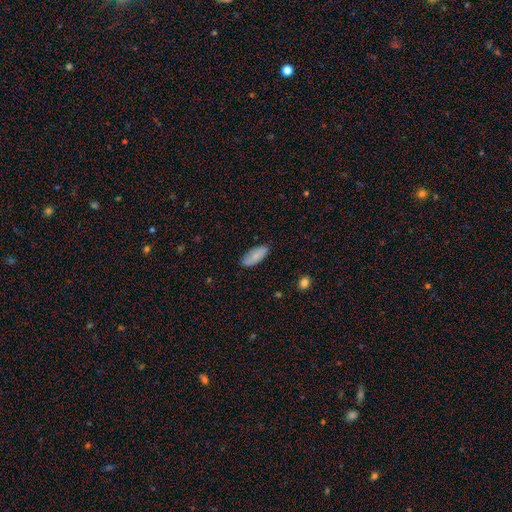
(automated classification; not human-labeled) Smooth or featured: smooth — 83% (featured or disk — 11%)
How rounded: in between — 78% (cigar-shaped — 20%)
Merging: none — 85% (minor disturbance — 12%)